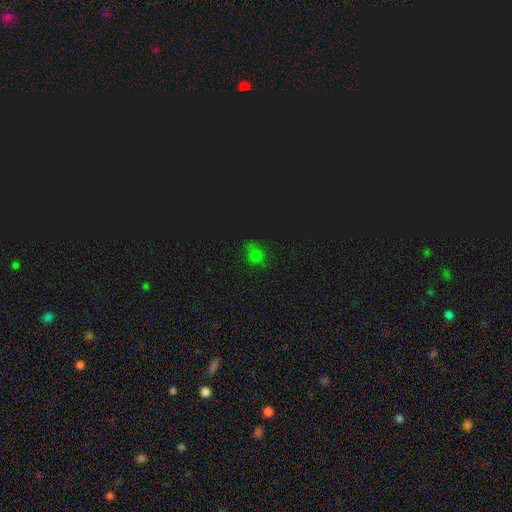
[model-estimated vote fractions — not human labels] smooth-or-featured: smooth: 62% | star or artifact: 32% | featured or disk: 7%
  how-rounded: round: 72% | in between: 26% | cigar-shaped: 2%
  merging: none: 75% | minor disturbance: 18% | major disturbance: 5% | merger: 2%